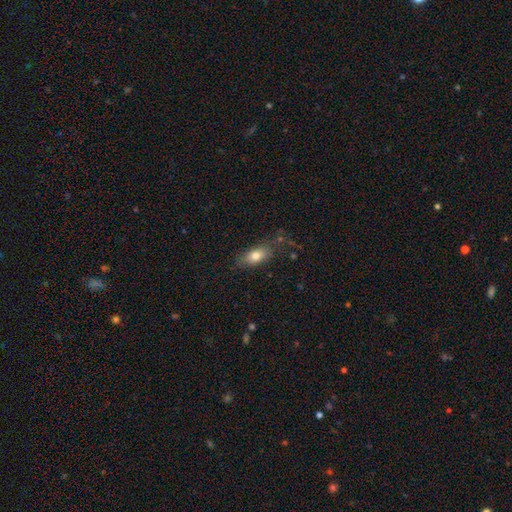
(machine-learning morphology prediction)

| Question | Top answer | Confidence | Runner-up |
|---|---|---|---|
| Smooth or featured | smooth | 77% | featured or disk (15%) |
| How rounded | in between | 80% | cigar-shaped (14%) |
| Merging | none | 70% | minor disturbance (20%) |